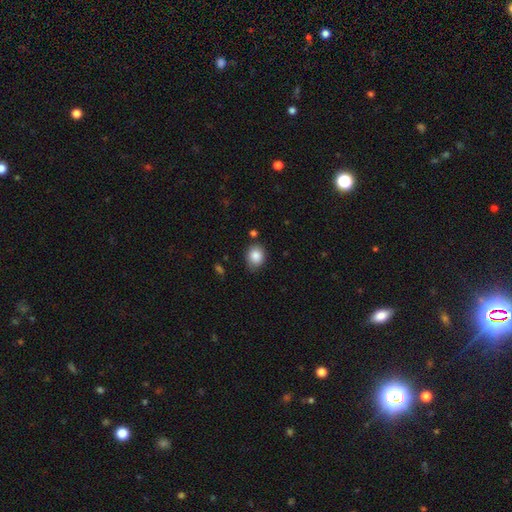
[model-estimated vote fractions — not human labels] This is clearly a smooth galaxy (86%). How rounded: possibly round (56%). Merging: likely none (78%).